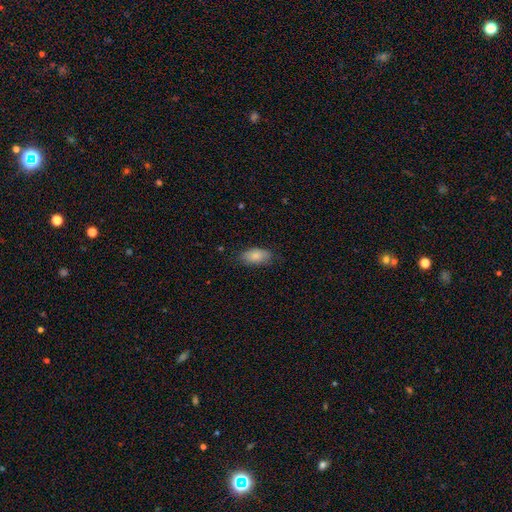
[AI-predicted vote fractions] smooth_or_featured: smooth (p=0.84) [alt: featured or disk p=0.09]
how_rounded: in between (p=0.92) [alt: cigar-shaped p=0.04]
merging: none (p=0.77) [alt: minor disturbance p=0.18]